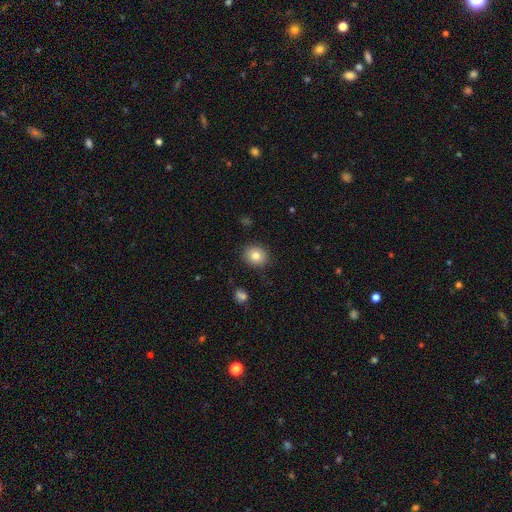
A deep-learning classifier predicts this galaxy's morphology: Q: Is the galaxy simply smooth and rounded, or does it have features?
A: smooth — 81%.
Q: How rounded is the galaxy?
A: round — 70%.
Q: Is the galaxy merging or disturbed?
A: none — 88%.